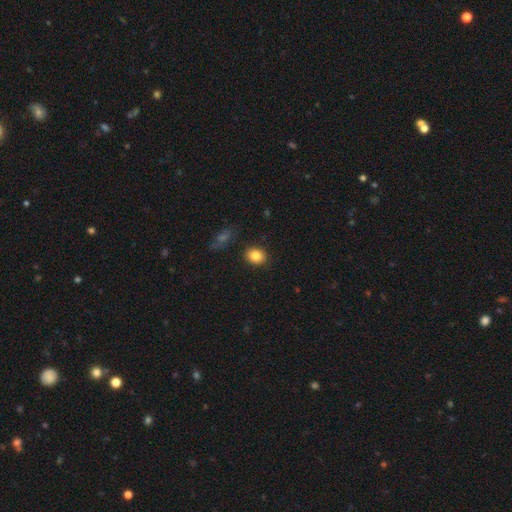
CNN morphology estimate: smooth 85%, star or artifact 9%, featured or disk 6%. Down the decision tree: how rounded — round (56%); merging — none (87%).